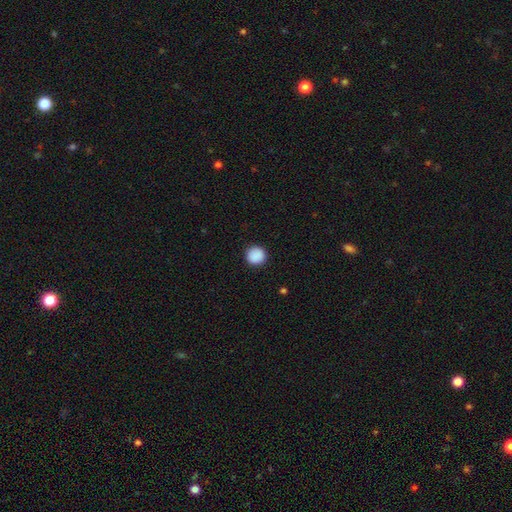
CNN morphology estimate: Smooth or featured?
  - smooth: 90% *
  - star or artifact: 8%
  - featured or disk: 2%
How rounded?
  - round: 94% *
  - in between: 5%
  - cigar-shaped: 1%
Merging?
  - none: 92% *
  - minor disturbance: 5%
  - major disturbance: 2%
  - merger: 1%